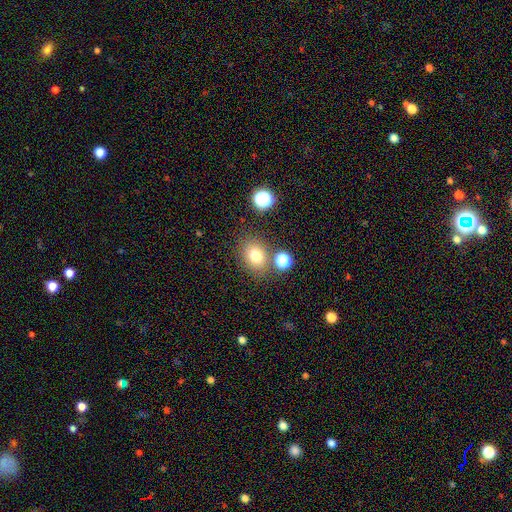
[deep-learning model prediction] smooth 75%, star or artifact 15%, featured or disk 10%. Down the decision tree: how rounded — round (53%); merging — none (75%).